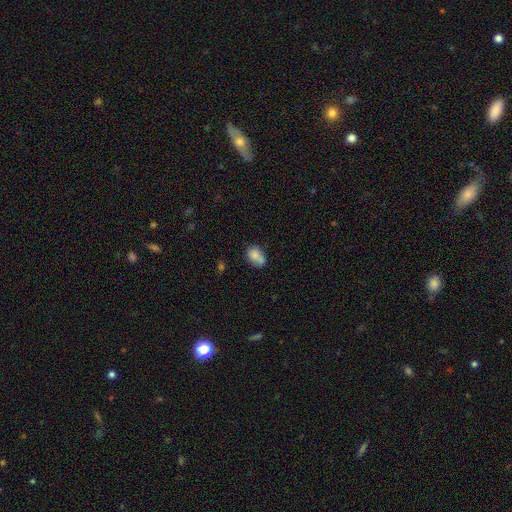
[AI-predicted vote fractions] A smooth galaxy with no disk features (77%) that is in between round and cigar-shaped (71%). Merging: none (39%).